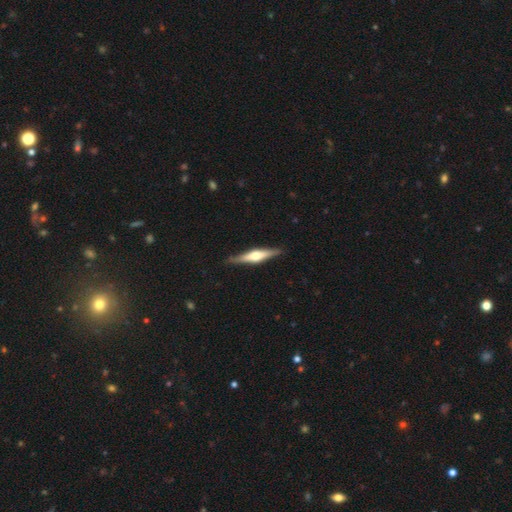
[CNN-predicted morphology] Smooth or featured? featured or disk (73%)
Edge-on disk? yes (98%)
Edge-on bulge? rounded (88%)
Merging? none (89%)